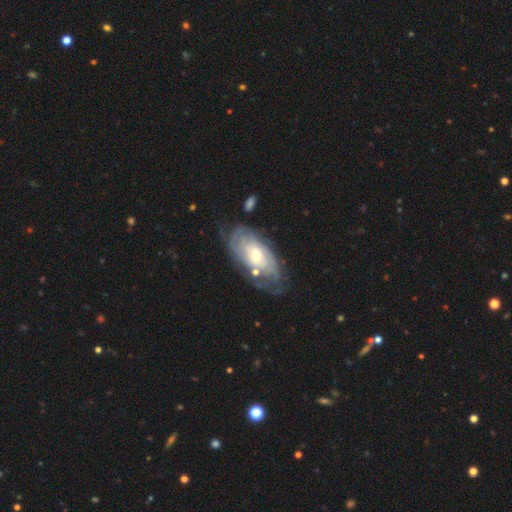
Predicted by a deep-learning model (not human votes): Overall: featured or disk (77%). Edge-on disk: no (92%). Bar: no (62%; weak 31%). Spiral arms: yes (86%). Spiral arm count: can't tell (62%). Spiral winding: tight (73%). Bulge size: moderate (54%; small 38%). Merging: none (64%).